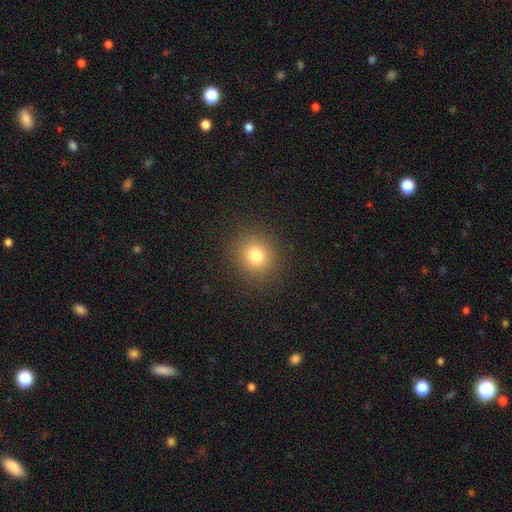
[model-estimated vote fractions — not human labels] This is likely a smooth galaxy (78%). How rounded: clearly round (86%). Merging: clearly none (90%).